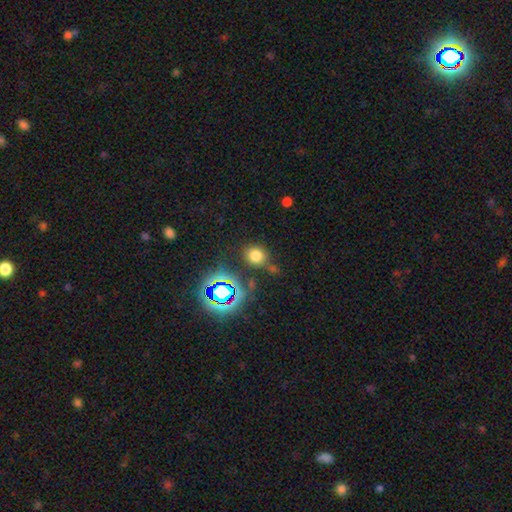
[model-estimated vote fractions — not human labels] smooth 69%, star or artifact 23%, featured or disk 7%. Down the decision tree: how rounded — round (77%); merging — none (73%).